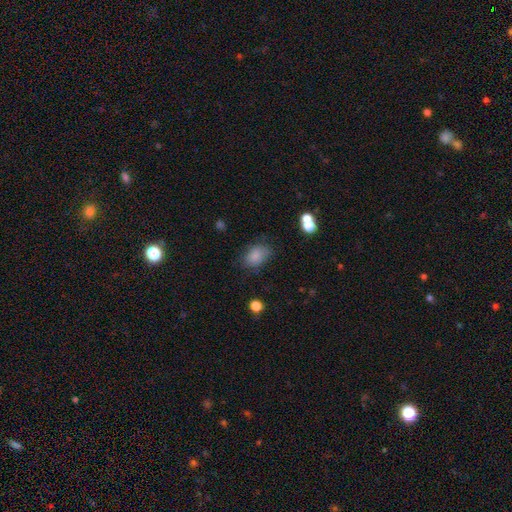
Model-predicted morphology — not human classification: smooth 84%, star or artifact 9%, featured or disk 7%. Down the decision tree: how rounded — in between (79%); merging — none (68%).